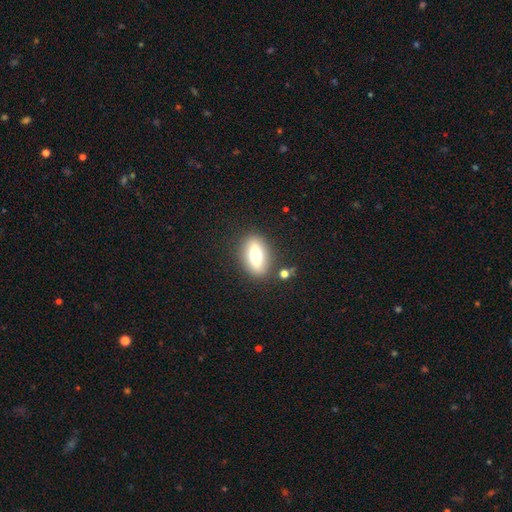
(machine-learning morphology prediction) This is possibly a smooth galaxy (56%). How rounded: likely in between (75%). Merging: clearly none (84%).